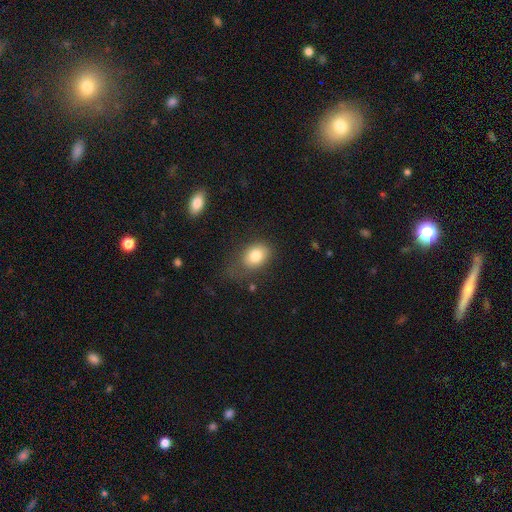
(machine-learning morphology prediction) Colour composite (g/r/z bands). It shows a smooth galaxy with no disk features (80%) that is in between round and cigar-shaped (71%). Merging: none (59%).